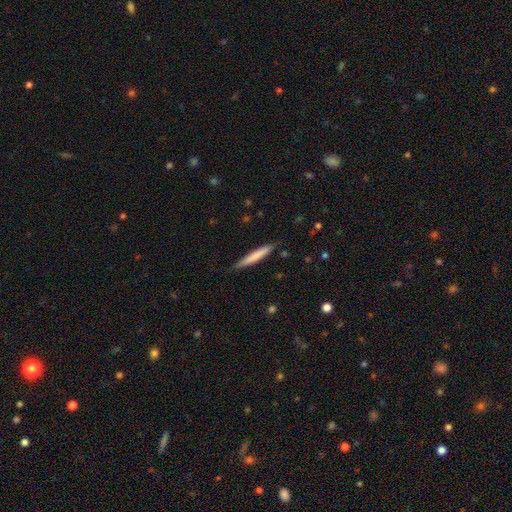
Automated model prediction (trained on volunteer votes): smooth 72%, featured or disk 23%, star or artifact 5%. Down the decision tree: how rounded — cigar-shaped (94%); merging — none (83%).